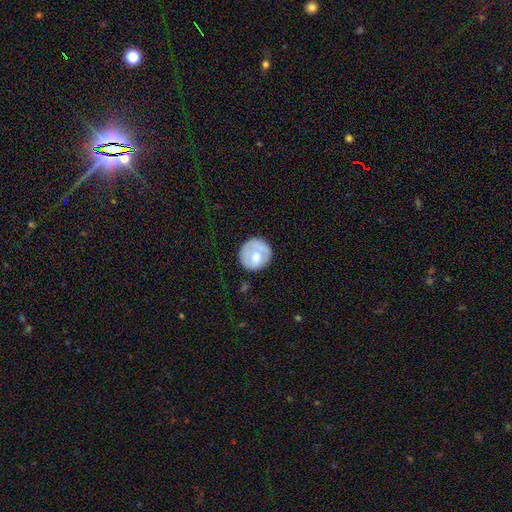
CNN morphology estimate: Smooth or featured? Predicted: smooth (p=0.66). How rounded? Predicted: round (p=0.90). Merging? Predicted: none (p=0.73).